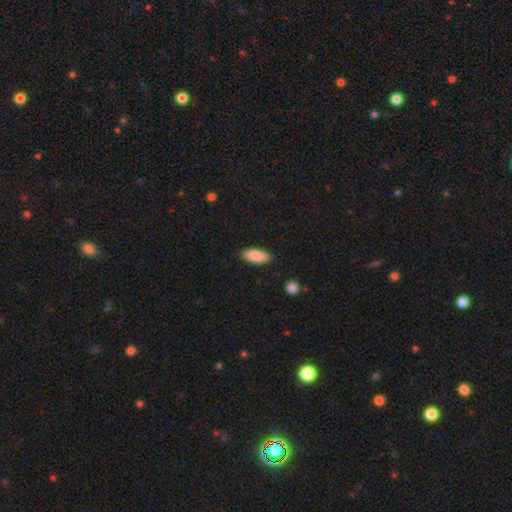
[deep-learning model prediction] A smooth galaxy with no disk features (88%) that is in between round and cigar-shaped (82%).

Vote fractions:
- Smooth or featured? smooth: 88% / featured or disk: 7% / star or artifact: 6%
- How rounded? in between: 82% / cigar-shaped: 16% / round: 2%
- Merging? none: 87% / minor disturbance: 9% / major disturbance: 2% / merger: 1%